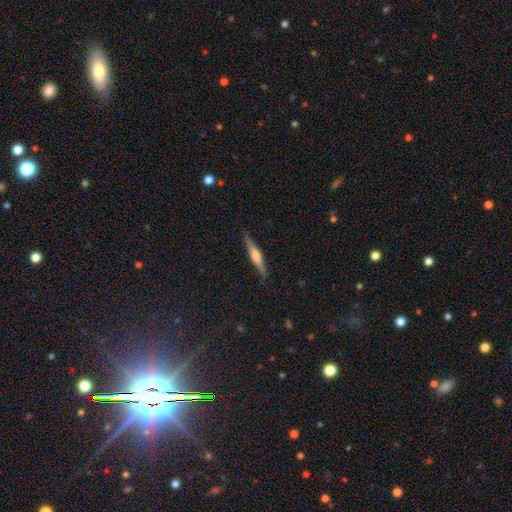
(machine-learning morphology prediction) type=featured or disk (61%); edge-on=yes (97%); edge-on bulge=rounded (70%); merging=none (89%).